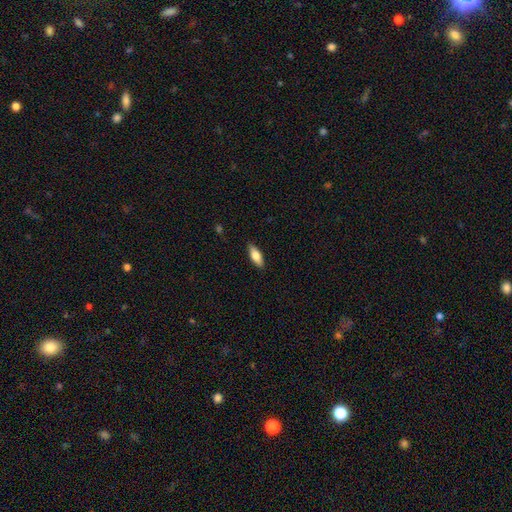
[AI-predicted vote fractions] The model was most divided on "how rounded": in between: 74%, cigar-shaped: 24%, round: 2%. More confident: merging — none (88%); smooth or featured — smooth (76%).